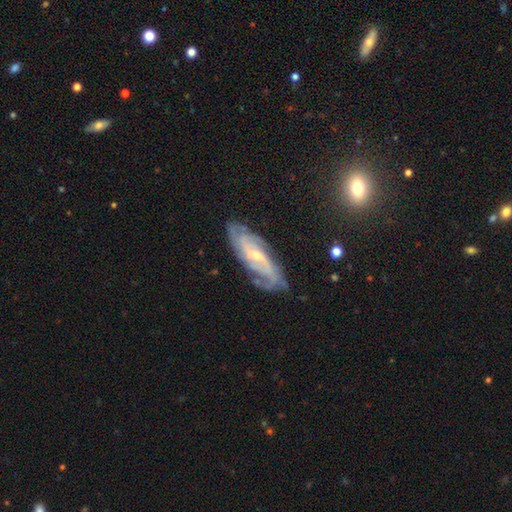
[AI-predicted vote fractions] Smooth or featured: featured or disk — 84% (smooth — 9%)
Edge-on disk: no — 89% (yes — 11%)
Bar: no — 44% (weak — 42%)
Spiral arms: yes — 96% (no — 4%)
Spiral winding: tight — 54% (medium — 36%)
Spiral arm count: 2 — 31% (can't tell — 29%)
Bulge size: small — 67% (moderate — 28%)
Merging: none — 75% (minor disturbance — 18%)